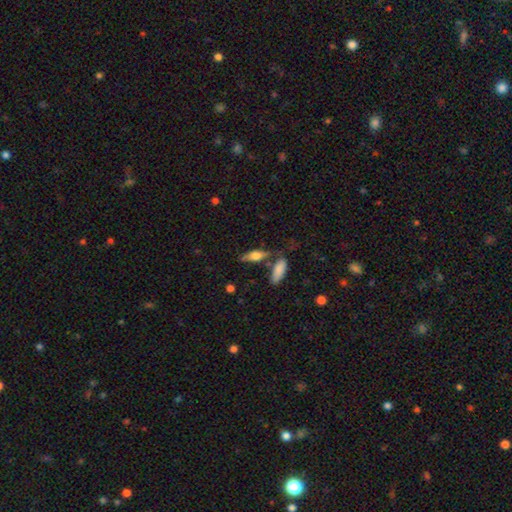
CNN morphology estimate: smooth 57%, featured or disk 36%, star or artifact 7%. Down the decision tree: how rounded — in between (55%); merging — none (65%).